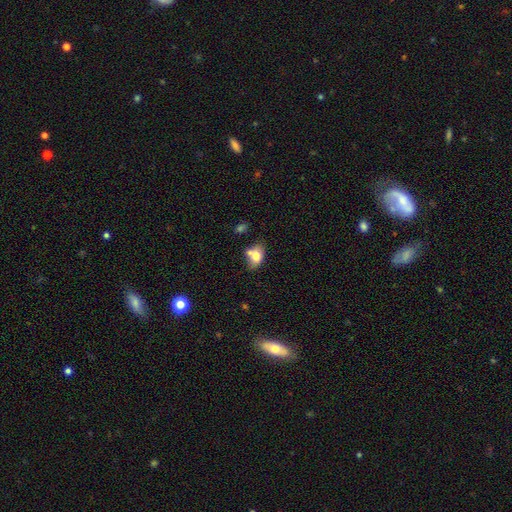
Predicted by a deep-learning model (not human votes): Overall: smooth (72%). How rounded: in between (80%). Merging: none (46%; merger 29%).